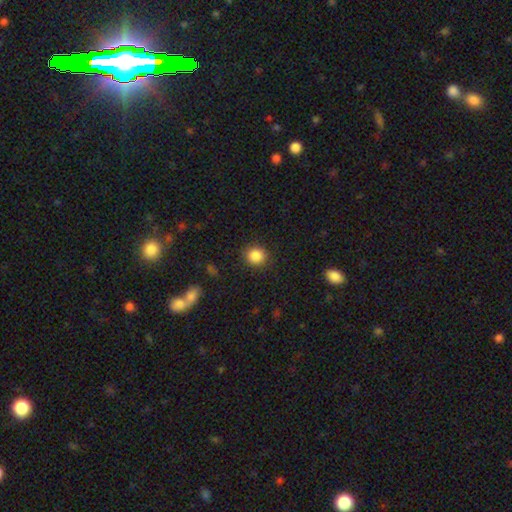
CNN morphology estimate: smooth-or-featured: smooth: 86% | star or artifact: 10% | featured or disk: 4%
  how-rounded: round: 86% | in between: 13% | cigar-shaped: 1%
  merging: none: 89% | minor disturbance: 7% | major disturbance: 2% | merger: 1%